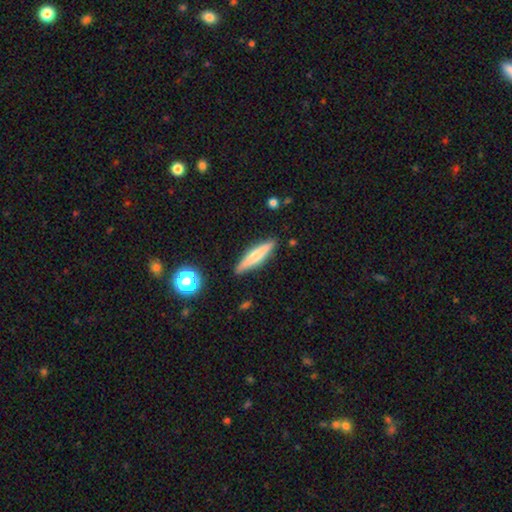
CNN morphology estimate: smooth_or_featured: smooth (p=0.54) [alt: featured or disk p=0.39]
how_rounded: cigar-shaped (p=0.85) [alt: in between p=0.14]
merging: none (p=0.87) [alt: minor disturbance p=0.09]